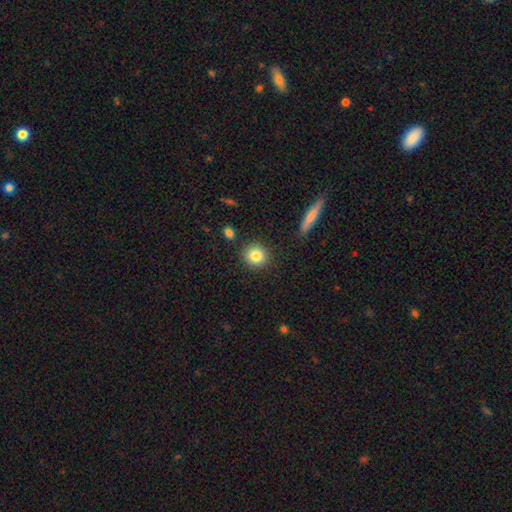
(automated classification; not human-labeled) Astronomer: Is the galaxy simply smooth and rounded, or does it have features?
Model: smooth — 84%.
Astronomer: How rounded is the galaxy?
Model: round — 87%.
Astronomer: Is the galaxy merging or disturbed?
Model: none — 87%.